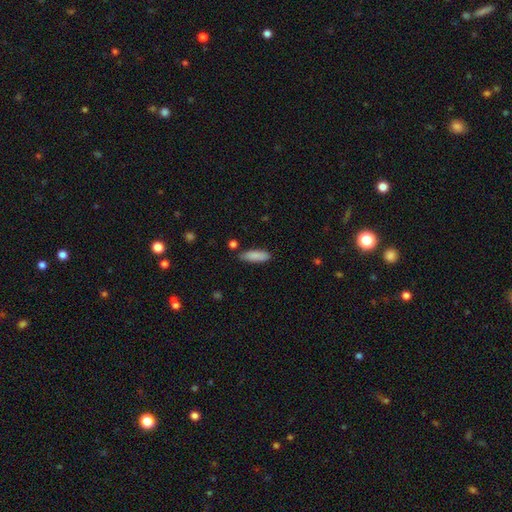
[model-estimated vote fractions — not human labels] Smooth or featured? smooth (87%)
How rounded? in between (54%)
Merging? none (79%)